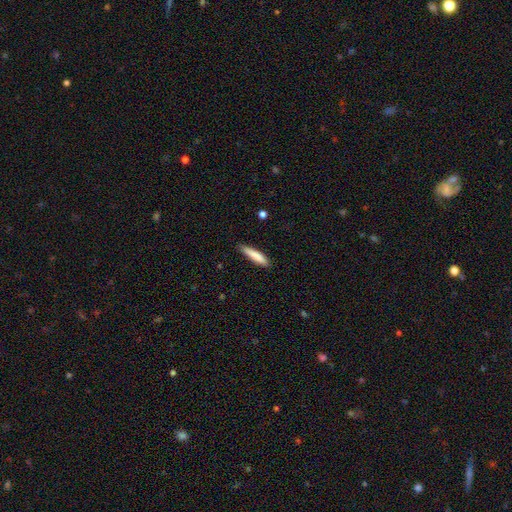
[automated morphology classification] smooth_or_featured: smooth (p=0.84) [alt: featured or disk p=0.10]
how_rounded: cigar-shaped (p=0.84) [alt: in between p=0.15]
merging: none (p=0.84) [alt: minor disturbance p=0.13]